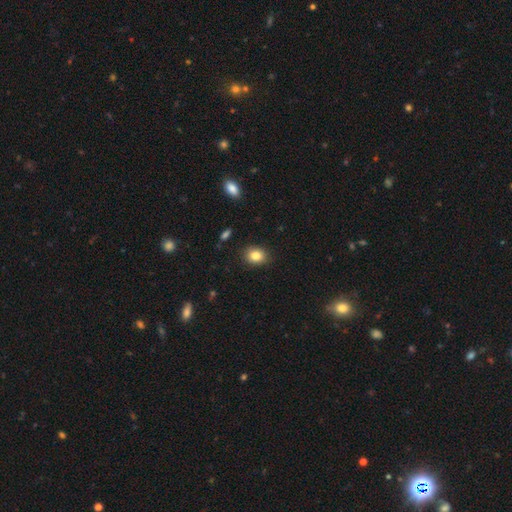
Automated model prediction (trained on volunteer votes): smooth 84%, star or artifact 10%, featured or disk 7%. Down the decision tree: how rounded — in between (51%); merging — none (88%).